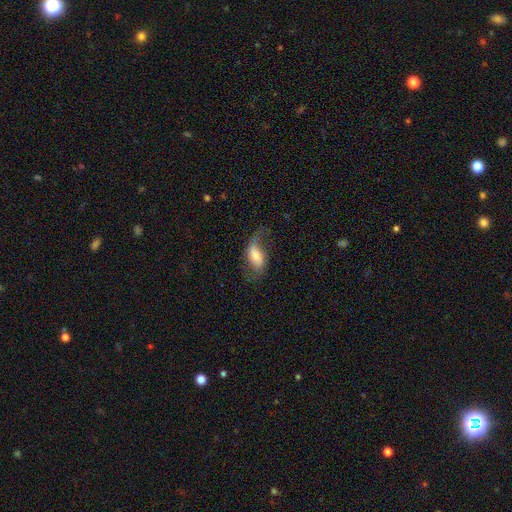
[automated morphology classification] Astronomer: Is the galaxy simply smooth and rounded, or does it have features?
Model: featured or disk — 51% (runner-up: smooth, 40%).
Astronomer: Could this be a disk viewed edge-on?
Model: no — 93%.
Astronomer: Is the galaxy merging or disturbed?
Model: none — 52%.